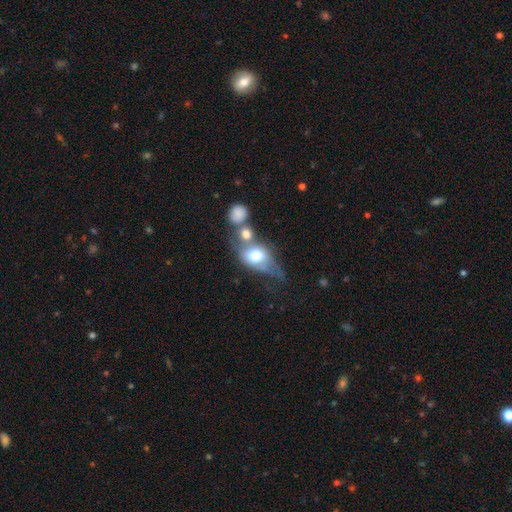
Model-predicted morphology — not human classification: Overall: smooth (59%; featured or disk 33%). How rounded: in between (64%; round 31%). Merging: merger (43%; major disturbance 21%).